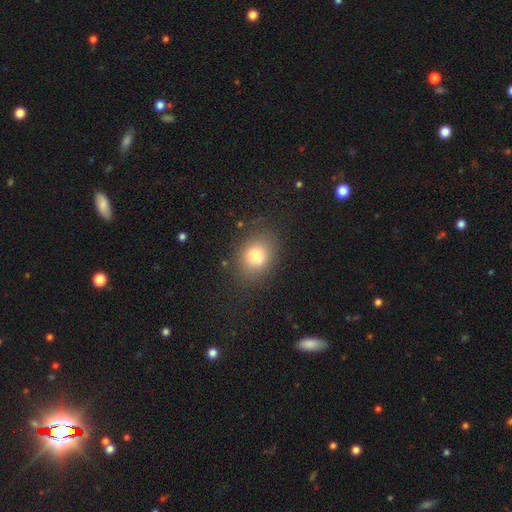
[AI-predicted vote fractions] Smooth or featured: smooth — 81% (star or artifact — 10%)
How rounded: in between — 58% (round — 41%)
Merging: none — 75% (minor disturbance — 16%)